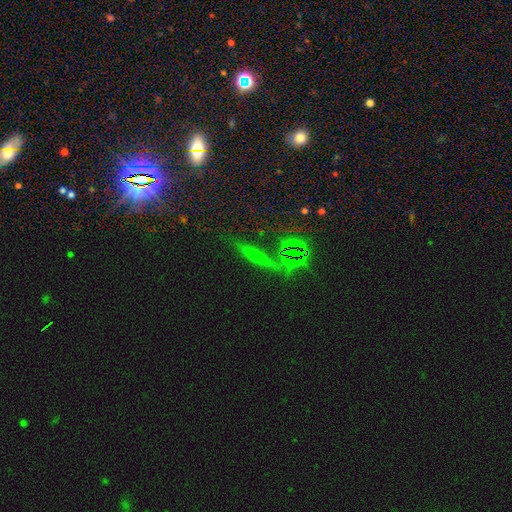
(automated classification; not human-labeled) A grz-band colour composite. It shows a star or artifact, not a galaxy (42%).